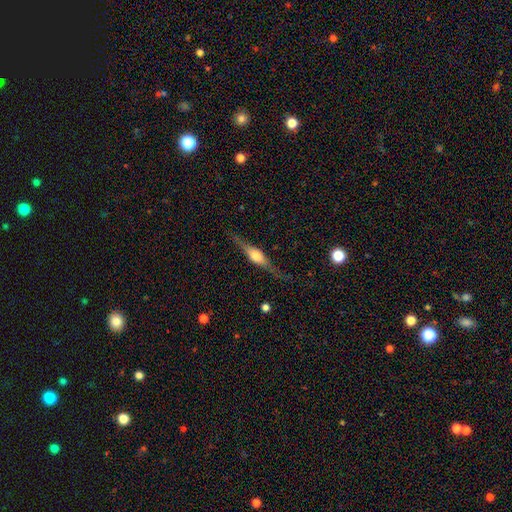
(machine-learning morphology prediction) Smooth or featured? featured or disk (76%)
Edge-on disk? yes (96%)
Edge-on bulge? rounded (86%)
Merging? none (80%)